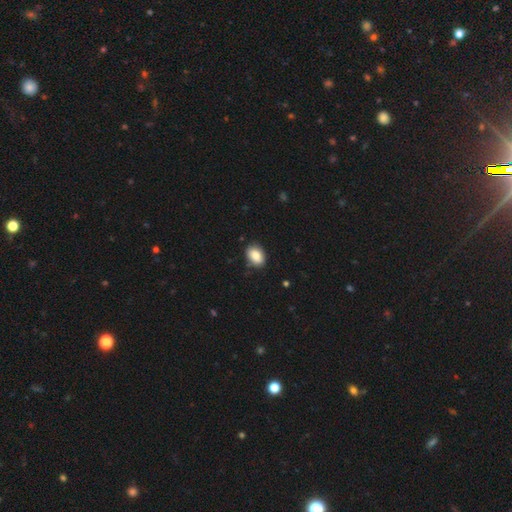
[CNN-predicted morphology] A smooth galaxy with no disk features (83%) that is in between round and cigar-shaped (79%).

Vote fractions:
- Smooth or featured? smooth: 83% / featured or disk: 9% / star or artifact: 8%
- How rounded? in between: 79% / round: 20% / cigar-shaped: 1%
- Merging? none: 82% / minor disturbance: 14% / major disturbance: 3% / merger: 2%